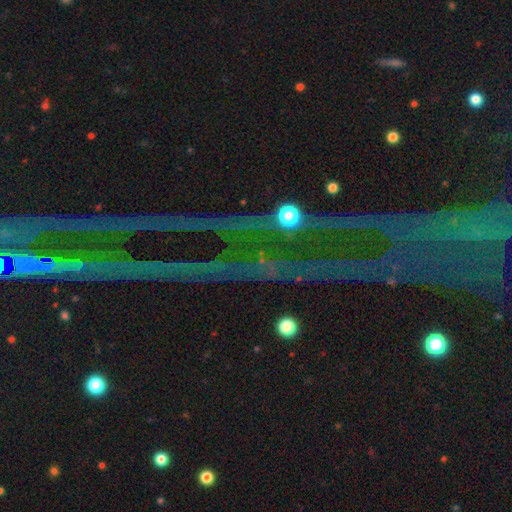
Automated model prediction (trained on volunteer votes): smooth-or-featured: star or artifact: 80% | featured or disk: 13% | smooth: 7%